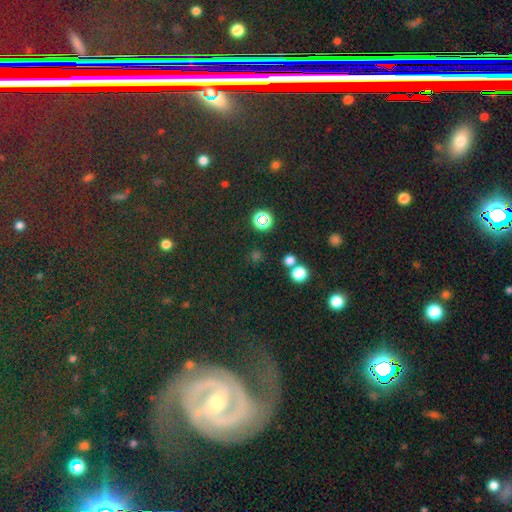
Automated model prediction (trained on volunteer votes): A smooth galaxy with no disk features (51%) that is round (87%).

Vote fractions:
- Smooth or featured? smooth: 51% / star or artifact: 41% / featured or disk: 7%
- How rounded? round: 87% / in between: 11% / cigar-shaped: 2%
- Merging? none: 85% / minor disturbance: 7% / merger: 4% / major disturbance: 4%